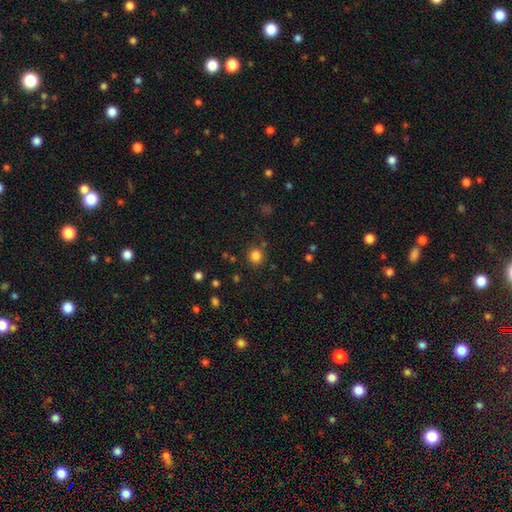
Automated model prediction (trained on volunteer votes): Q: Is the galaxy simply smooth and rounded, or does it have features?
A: smooth — 82%.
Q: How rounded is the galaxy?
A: round — 90%.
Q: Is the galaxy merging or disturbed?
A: none — 84%.